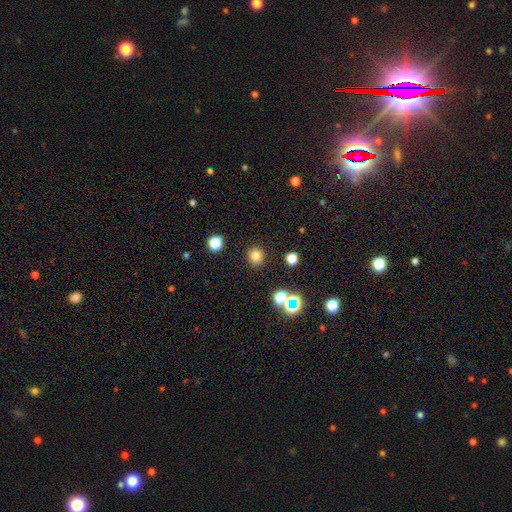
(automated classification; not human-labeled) smooth 78%, star or artifact 16%, featured or disk 6%. Down the decision tree: how rounded — round (90%); merging — none (88%).